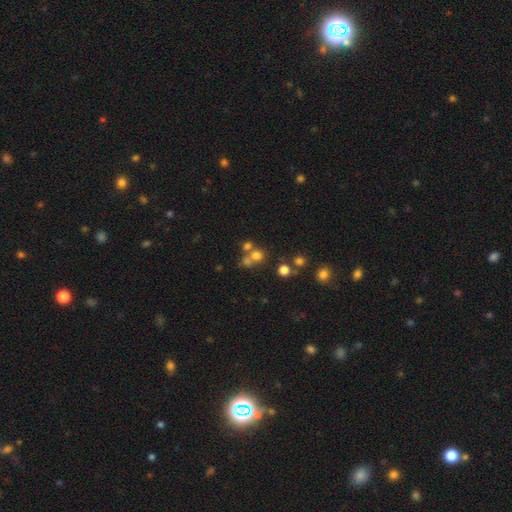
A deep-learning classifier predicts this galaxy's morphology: Smooth or featured? smooth (66%)
How rounded? round (82%)
Merging? none (48%)